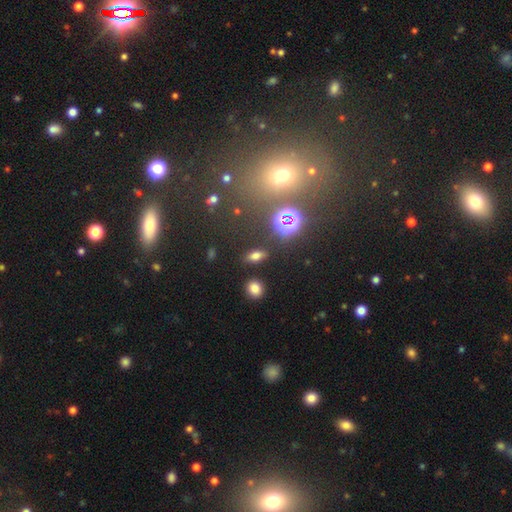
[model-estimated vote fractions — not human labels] A smooth galaxy with no disk features (68%) that is in between round and cigar-shaped (75%). Merging: none (82%).